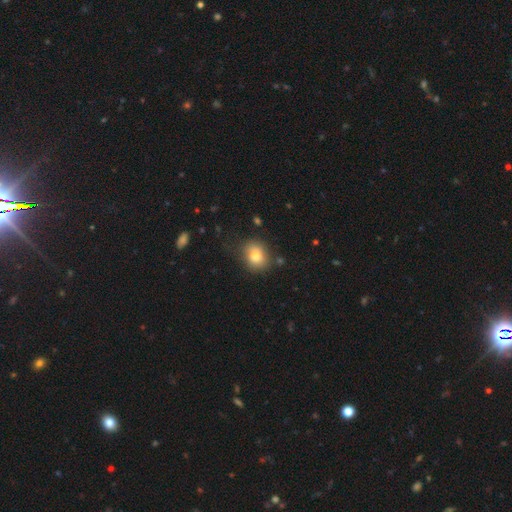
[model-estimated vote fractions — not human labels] smooth 79%, featured or disk 11%, star or artifact 10%. Down the decision tree: how rounded — round (61%); merging — none (75%).